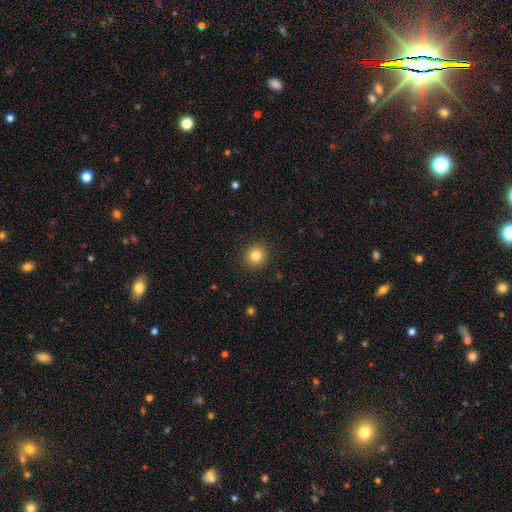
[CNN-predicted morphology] smooth 83%, star or artifact 11%, featured or disk 6%. Down the decision tree: how rounded — round (90%); merging — none (91%).